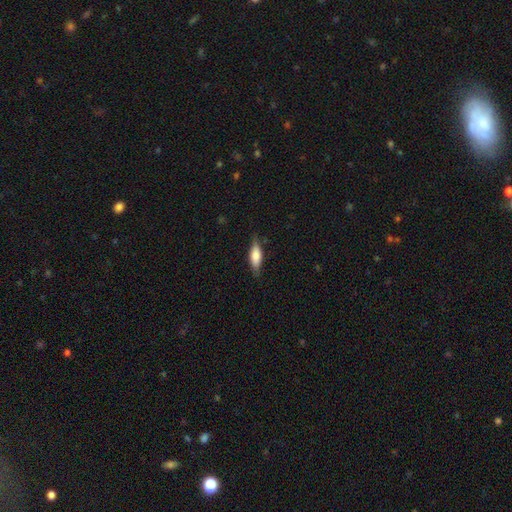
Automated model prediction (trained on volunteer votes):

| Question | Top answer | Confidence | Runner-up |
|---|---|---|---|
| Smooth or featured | smooth | 68% | featured or disk (26%) |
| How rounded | in between | 62% | cigar-shaped (36%) |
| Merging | none | 77% | minor disturbance (18%) |